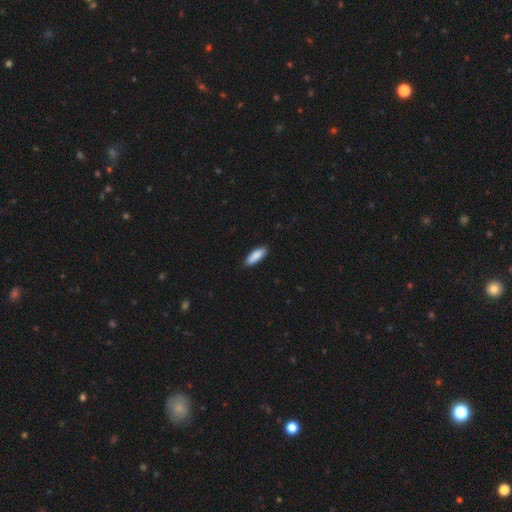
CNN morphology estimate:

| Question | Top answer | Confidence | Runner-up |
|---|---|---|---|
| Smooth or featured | smooth | 88% | featured or disk (7%) |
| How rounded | in between | 52% | cigar-shaped (46%) |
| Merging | none | 88% | minor disturbance (9%) |